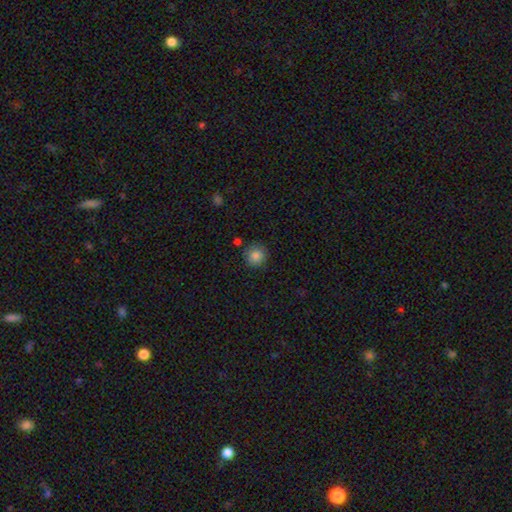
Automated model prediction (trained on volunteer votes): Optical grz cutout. It shows a smooth galaxy with no disk features (85%) that is round (93%). Merging: none (86%).